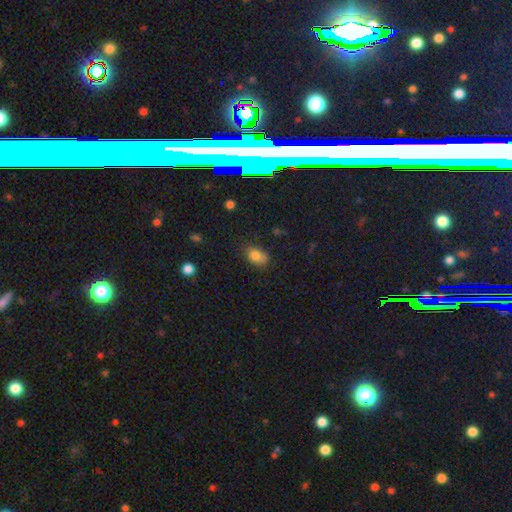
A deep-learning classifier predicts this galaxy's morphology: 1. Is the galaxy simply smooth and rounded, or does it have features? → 80% smooth, 11% star or artifact, 9% featured or disk.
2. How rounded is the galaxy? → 75% in between, 23% round, 2% cigar-shaped.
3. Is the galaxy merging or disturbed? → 63% none, 24% minor disturbance, 6% merger, 6% major disturbance.